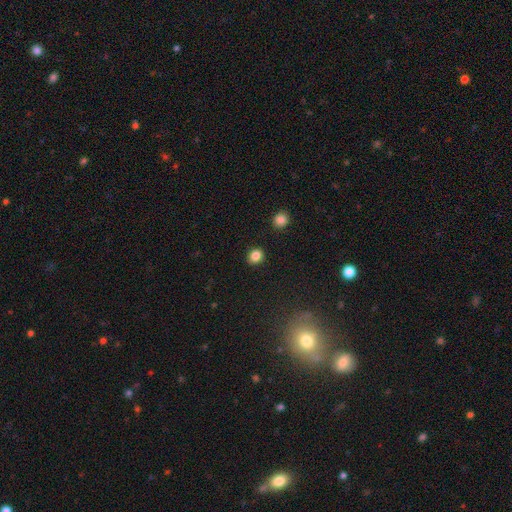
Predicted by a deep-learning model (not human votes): Morphology: type=smooth (85%); roundness=round (67%); merging=none (89%).